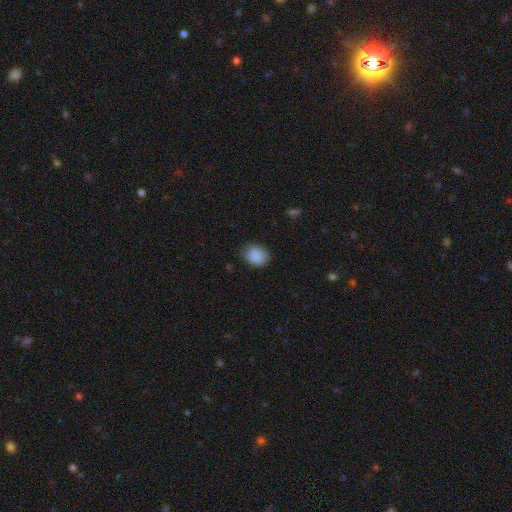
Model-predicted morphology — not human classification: smooth-or-featured: smooth: 88% | star or artifact: 8% | featured or disk: 4%
  how-rounded: in between: 51% | round: 48% | cigar-shaped: 1%
  merging: none: 77% | minor disturbance: 18% | major disturbance: 4% | merger: 1%